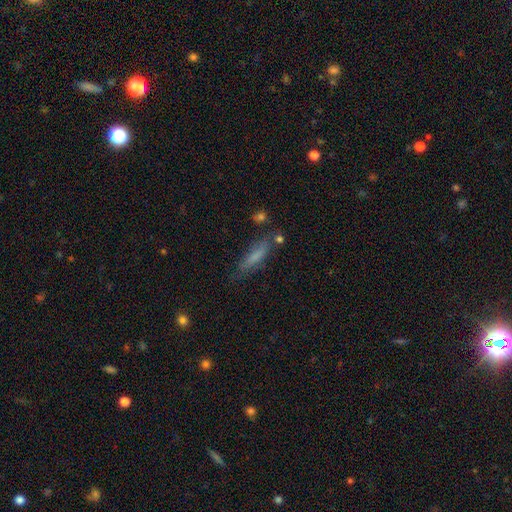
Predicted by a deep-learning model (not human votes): smooth_or_featured: smooth (p=0.66) [alt: featured or disk p=0.24]
how_rounded: cigar-shaped (p=0.77) [alt: in between p=0.21]
merging: none (p=0.68) [alt: minor disturbance p=0.20]